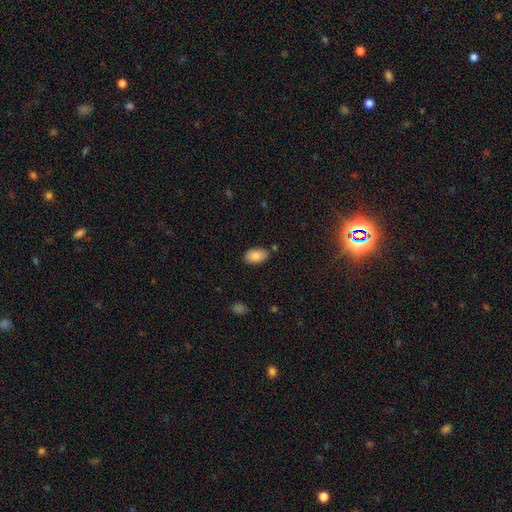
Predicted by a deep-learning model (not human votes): This appears to be a smooth galaxy with no disk features (84%) that is in between round and cigar-shaped (93%). Merging: none (80%).